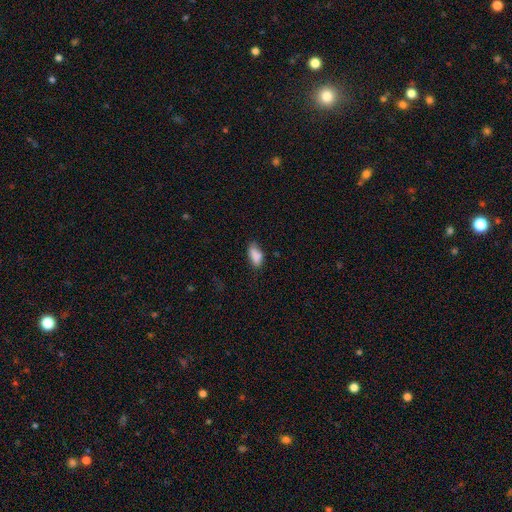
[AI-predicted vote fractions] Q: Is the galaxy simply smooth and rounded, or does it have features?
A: smooth — 84%.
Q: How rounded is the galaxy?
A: in between — 89%.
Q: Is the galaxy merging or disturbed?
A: none — 57%.